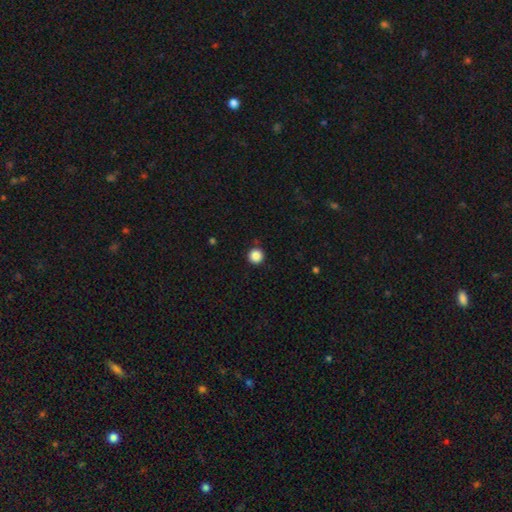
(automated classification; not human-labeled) This appears to be a smooth galaxy with no disk features (87%) that is round (97%). Merging: none (92%).